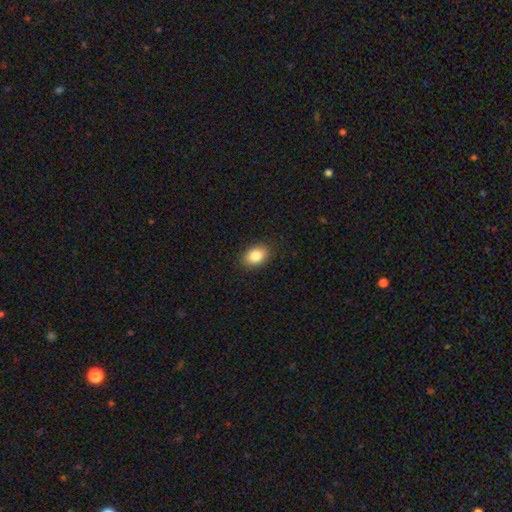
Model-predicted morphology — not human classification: Q: Smooth or featured?
A: smooth (85%); runner-up: star or artifact (8%)
Q: How rounded?
A: in between (82%); runner-up: round (17%)
Q: Merging?
A: none (88%); runner-up: minor disturbance (9%)